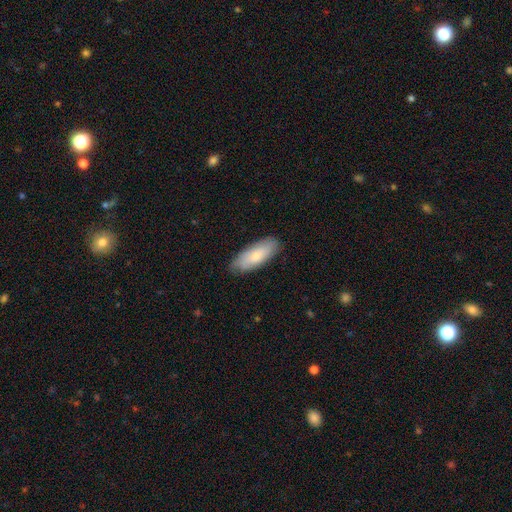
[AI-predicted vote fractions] smooth 71%, featured or disk 24%, star or artifact 6%. Down the decision tree: how rounded — in between (76%); merging — none (82%).